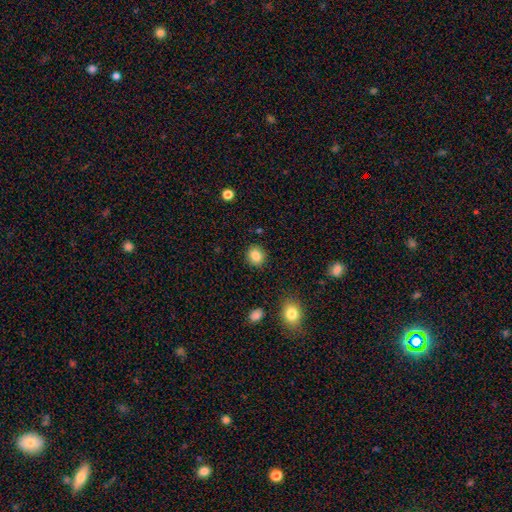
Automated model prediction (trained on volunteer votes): smooth-or-featured: smooth: 86% | star or artifact: 10% | featured or disk: 5%
  how-rounded: round: 72% | in between: 27% | cigar-shaped: 1%
  merging: none: 89% | minor disturbance: 7% | major disturbance: 2% | merger: 1%